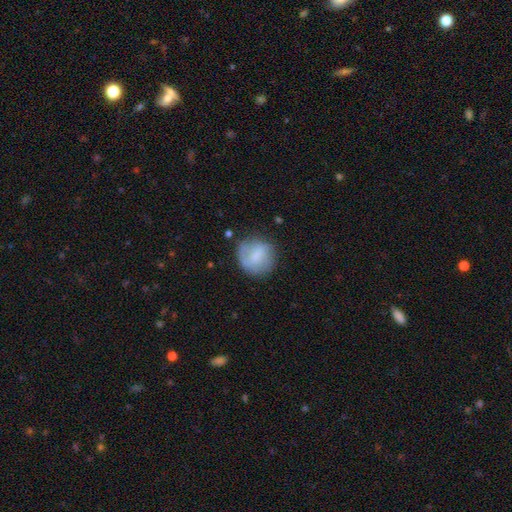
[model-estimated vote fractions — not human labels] Smooth or featured: smooth — 66% (featured or disk — 27%)
How rounded: round — 86% (in between — 13%)
Merging: none — 65% (minor disturbance — 23%)